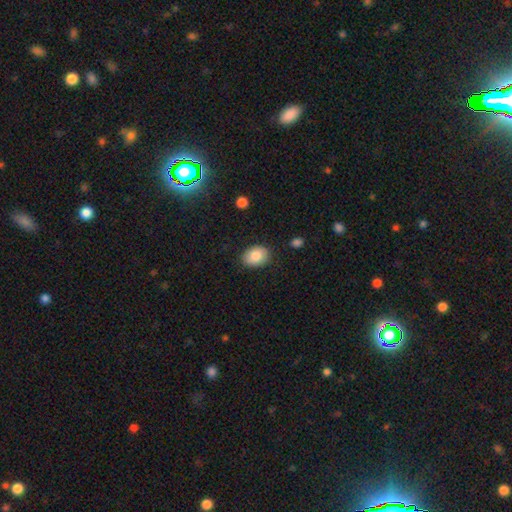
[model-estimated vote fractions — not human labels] Smooth or featured?
  - smooth: 83% *
  - featured or disk: 10%
  - star or artifact: 7%
How rounded?
  - in between: 75% *
  - round: 25%
  - cigar-shaped: 1%
Merging?
  - none: 83% *
  - minor disturbance: 13%
  - major disturbance: 3%
  - merger: 1%